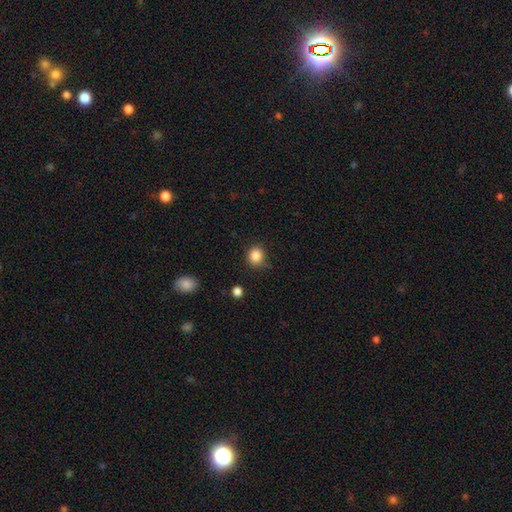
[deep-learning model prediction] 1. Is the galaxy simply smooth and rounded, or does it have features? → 85% smooth, 11% star or artifact, 4% featured or disk.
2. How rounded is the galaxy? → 83% round, 16% in between, 1% cigar-shaped.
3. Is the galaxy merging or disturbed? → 80% none, 15% minor disturbance, 3% major disturbance, 2% merger.